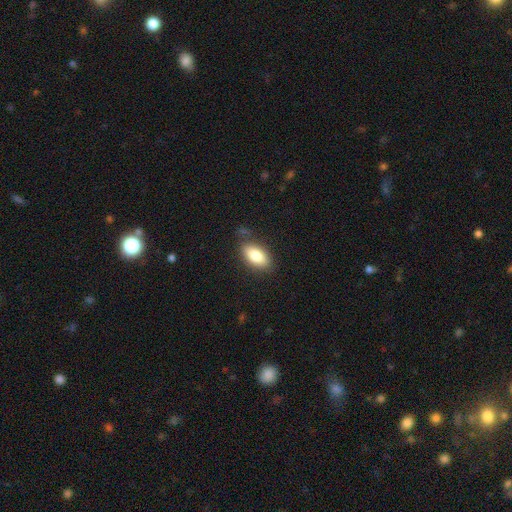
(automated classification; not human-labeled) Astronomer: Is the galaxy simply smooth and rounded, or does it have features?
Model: smooth — 82%.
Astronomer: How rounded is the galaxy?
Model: in between — 90%.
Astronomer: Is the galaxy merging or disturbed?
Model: none — 81%.